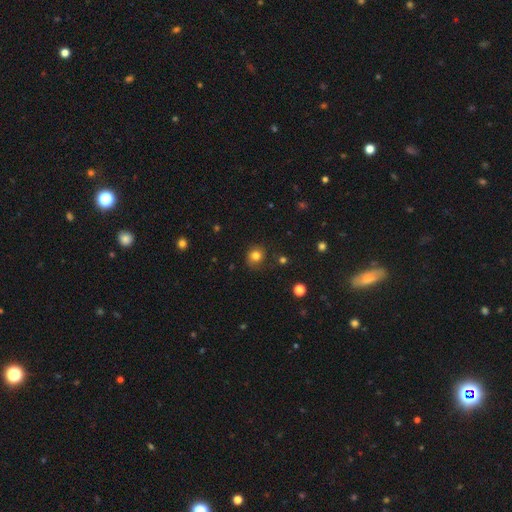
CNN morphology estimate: Q: Smooth or featured?
A: smooth (80%); runner-up: star or artifact (13%)
Q: How rounded?
A: round (82%); runner-up: in between (17%)
Q: Merging?
A: none (76%); runner-up: minor disturbance (16%)